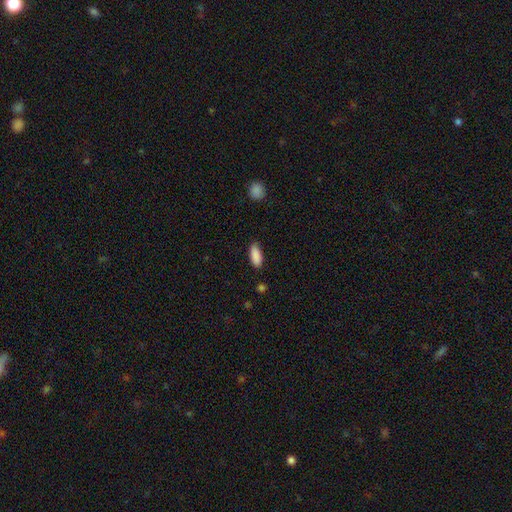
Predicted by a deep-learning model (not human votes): smooth 90%, star or artifact 7%, featured or disk 4%. Down the decision tree: how rounded — in between (79%); merging — none (84%).